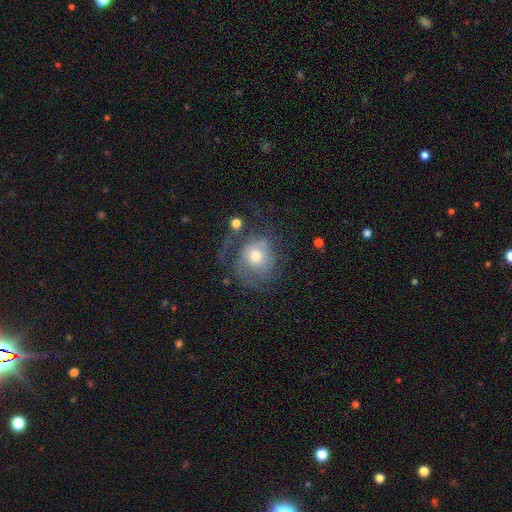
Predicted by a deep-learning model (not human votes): This is possibly a featured or disk galaxy (48%). Merging: marginally none (42%).